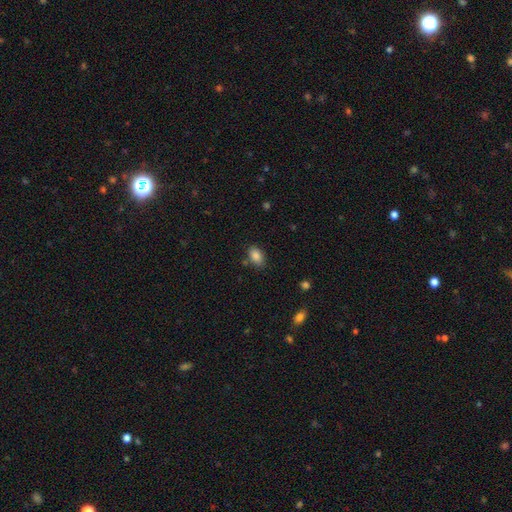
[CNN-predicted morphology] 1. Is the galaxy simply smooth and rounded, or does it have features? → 86% smooth, 8% star or artifact, 5% featured or disk.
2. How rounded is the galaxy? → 89% in between, 9% round, 2% cigar-shaped.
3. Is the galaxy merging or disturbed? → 79% none, 14% minor disturbance, 4% merger, 3% major disturbance.